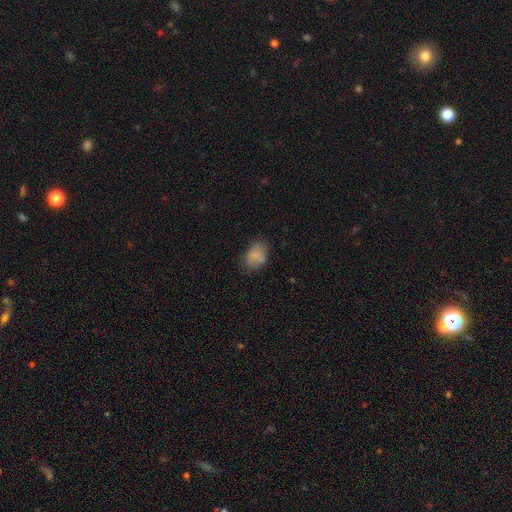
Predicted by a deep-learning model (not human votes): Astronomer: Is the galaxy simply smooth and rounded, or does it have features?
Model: smooth — 80%.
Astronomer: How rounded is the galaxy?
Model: in between — 74%.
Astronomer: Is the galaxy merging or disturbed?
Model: none — 66%.